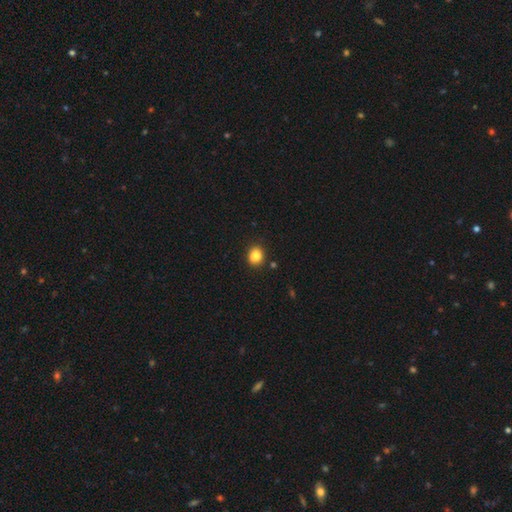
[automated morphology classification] type=smooth (85%); roundness=round (64%); merging=none (84%).